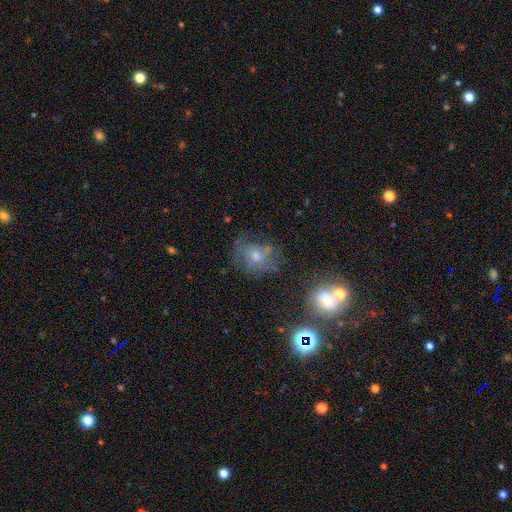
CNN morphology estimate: The model was most divided on "smooth or featured": featured or disk: 45%, smooth: 33%, star or artifact: 22%. More confident: merging — none (57%).